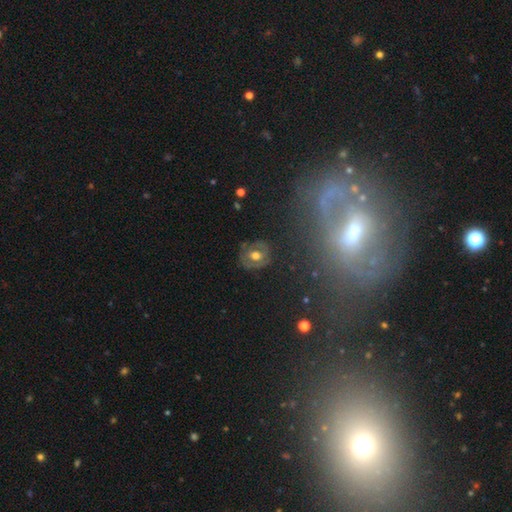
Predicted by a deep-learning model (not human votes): Smooth or featured? featured or disk (49%)
Merging? none (77%)